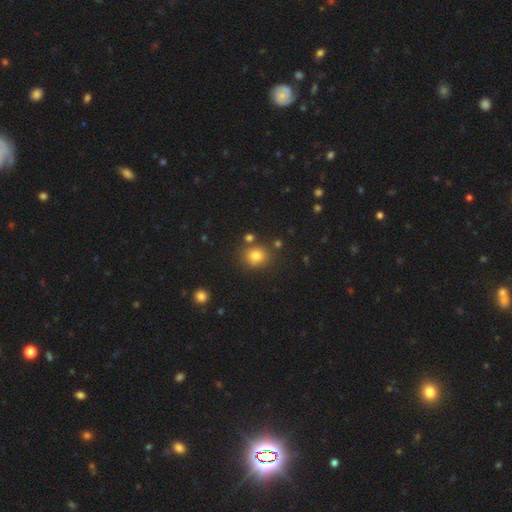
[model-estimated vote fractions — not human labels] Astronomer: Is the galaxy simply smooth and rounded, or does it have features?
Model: smooth — 80%.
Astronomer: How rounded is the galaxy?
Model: round — 72%.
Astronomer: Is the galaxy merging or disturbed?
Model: none — 76%.